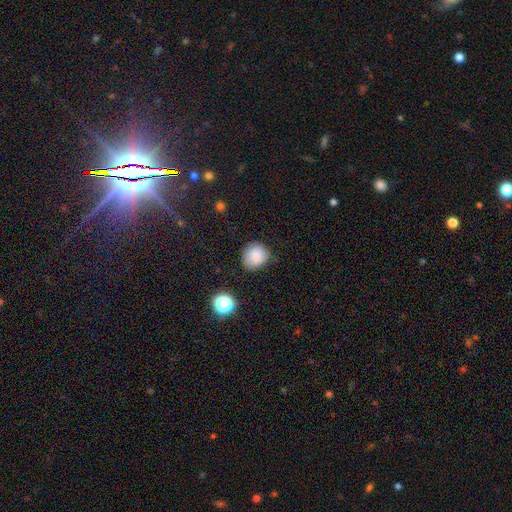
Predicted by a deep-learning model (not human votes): Smooth or featured: smooth — 84% (star or artifact — 11%)
How rounded: round — 77% (in between — 22%)
Merging: none — 72% (minor disturbance — 21%)